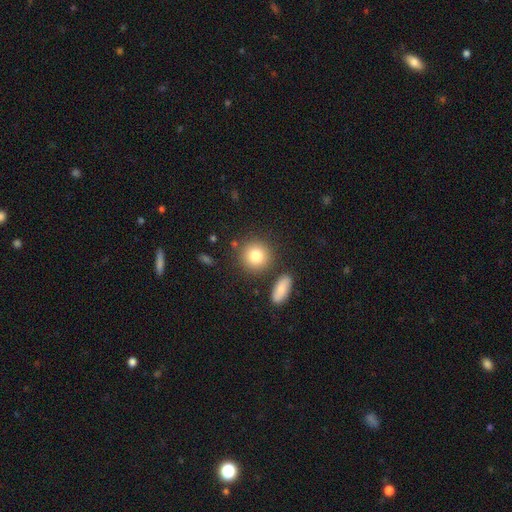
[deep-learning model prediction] Q: Smooth or featured?
A: smooth (82%); runner-up: featured or disk (10%)
Q: How rounded?
A: round (87%); runner-up: in between (11%)
Q: Merging?
A: none (79%); runner-up: minor disturbance (9%)